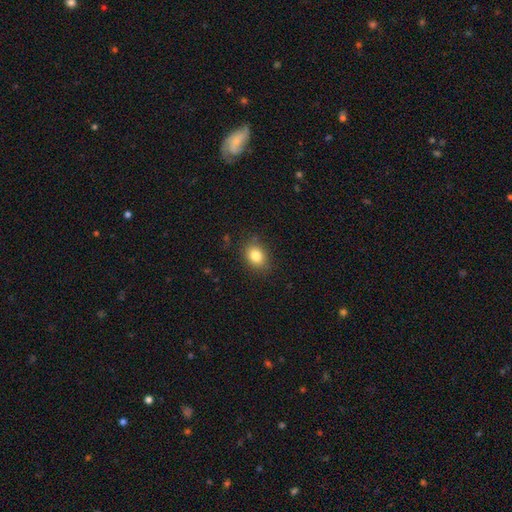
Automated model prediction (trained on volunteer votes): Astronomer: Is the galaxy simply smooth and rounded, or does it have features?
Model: smooth — 82%.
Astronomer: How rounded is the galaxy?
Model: in between — 61% (runner-up: round, 38%).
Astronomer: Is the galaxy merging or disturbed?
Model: none — 83%.